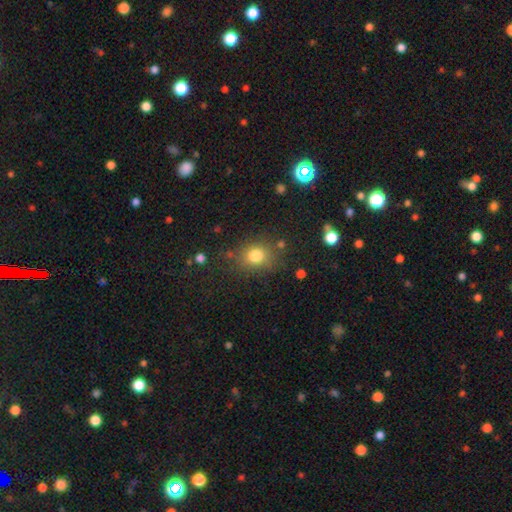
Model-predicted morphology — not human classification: Smooth or featured? Predicted: smooth (p=0.80). How rounded? Predicted: round (p=0.67). Merging? Predicted: none (p=0.77).